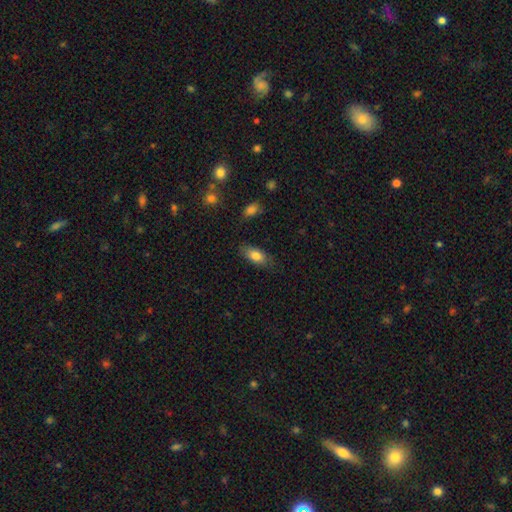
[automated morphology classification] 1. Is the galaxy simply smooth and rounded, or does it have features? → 80% smooth, 12% featured or disk, 7% star or artifact.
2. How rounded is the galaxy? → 84% in between, 13% cigar-shaped, 3% round.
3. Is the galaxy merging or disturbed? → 77% none, 17% minor disturbance, 4% major disturbance, 2% merger.